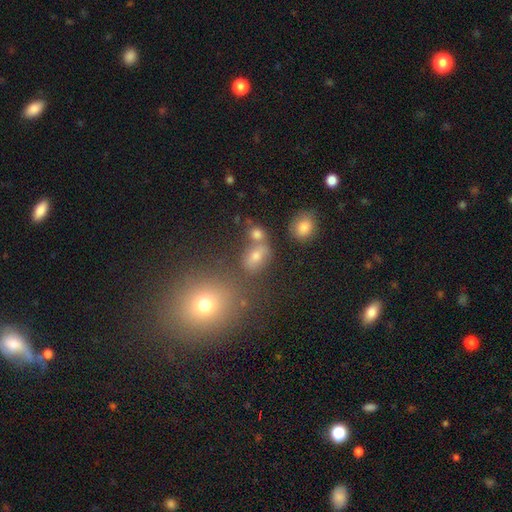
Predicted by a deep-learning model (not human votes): Smooth or featured? Predicted: smooth (p=0.60). How rounded? Predicted: in between (p=0.65). Merging? Predicted: none (p=0.57).